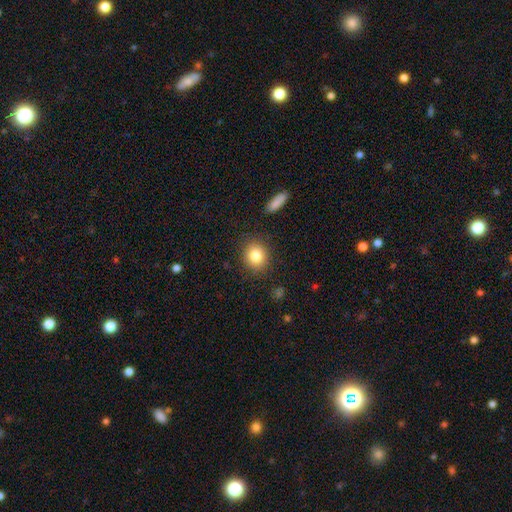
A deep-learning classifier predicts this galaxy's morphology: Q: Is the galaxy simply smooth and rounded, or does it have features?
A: smooth — 83%.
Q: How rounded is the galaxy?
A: round — 77%.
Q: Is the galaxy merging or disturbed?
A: none — 88%.